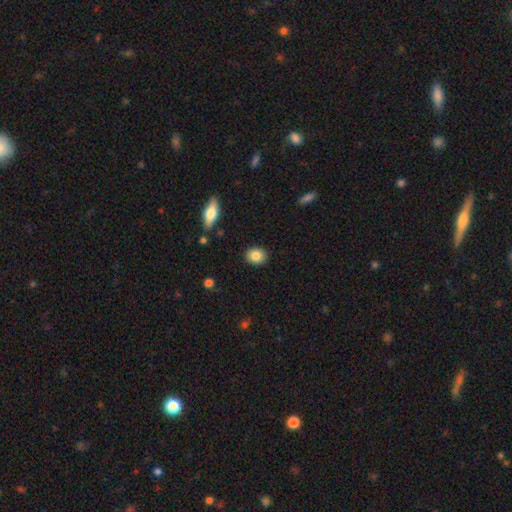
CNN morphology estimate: smooth-or-featured: smooth: 86% | star or artifact: 8% | featured or disk: 7%
  how-rounded: round: 53% | in between: 45% | cigar-shaped: 1%
  merging: none: 90% | minor disturbance: 7% | major disturbance: 2% | merger: 1%